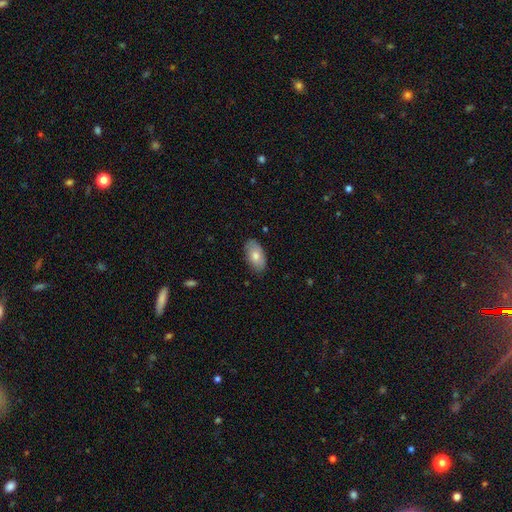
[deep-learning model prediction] A smooth galaxy with no disk features (75%) that is in between round and cigar-shaped (94%).

Vote fractions:
- Smooth or featured? smooth: 75% / featured or disk: 19% / star or artifact: 6%
- How rounded? in between: 94% / round: 3% / cigar-shaped: 2%
- Merging? none: 84% / minor disturbance: 13% / major disturbance: 2% / merger: 1%